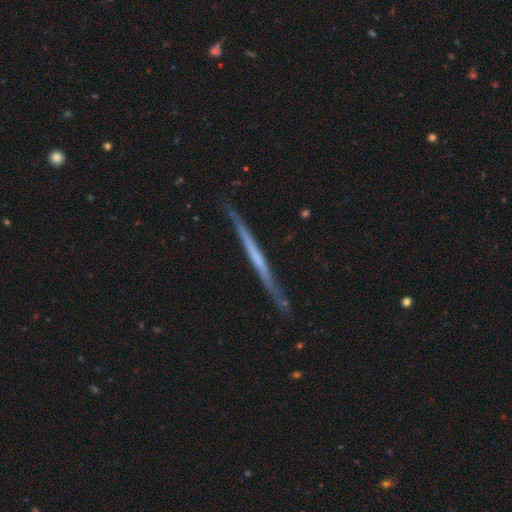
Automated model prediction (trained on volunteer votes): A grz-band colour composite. It shows a featured or disk galaxy (65%) viewed edge-on (97%) with no central bulge (86%). Merging: none (87%).